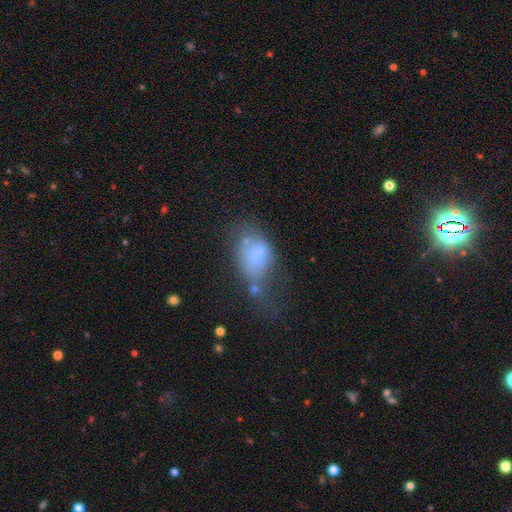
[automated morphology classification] type=smooth (63%); roundness=in between (84%); merging=major disturbance (37%).